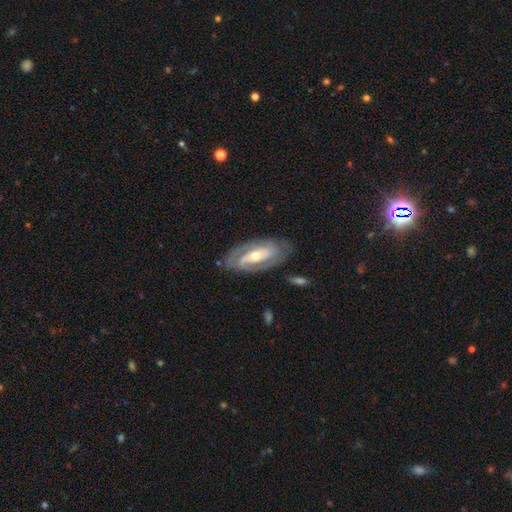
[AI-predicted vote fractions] Smooth or featured: featured or disk — 80% (smooth — 15%)
Edge-on disk: no — 92% (yes — 8%)
Bar: no — 43% (weak — 30%)
Spiral arms: yes — 84% (no — 16%)
Spiral winding: tight — 53% (medium — 35%)
Spiral arm count: 2 — 75% (can't tell — 15%)
Bulge size: moderate — 59% (small — 35%)
Merging: none — 78% (minor disturbance — 15%)